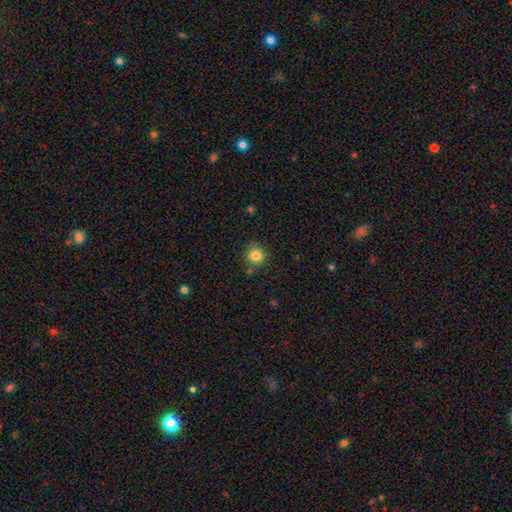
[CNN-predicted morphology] Smooth or featured? smooth (83%)
How rounded? round (92%)
Merging? none (79%)